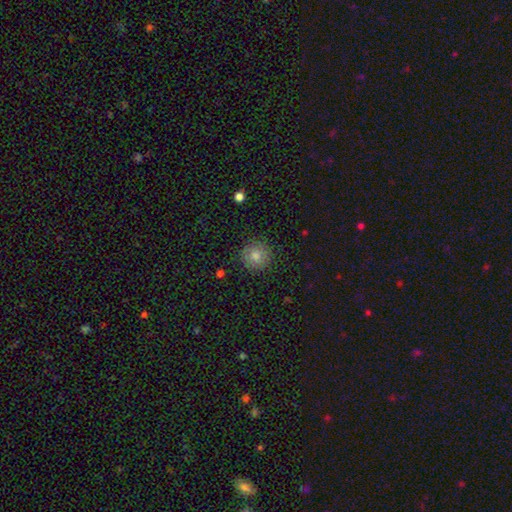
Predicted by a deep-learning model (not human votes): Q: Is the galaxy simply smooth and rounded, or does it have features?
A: smooth — 77%.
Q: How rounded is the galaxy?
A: round — 95%.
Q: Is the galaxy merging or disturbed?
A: none — 90%.